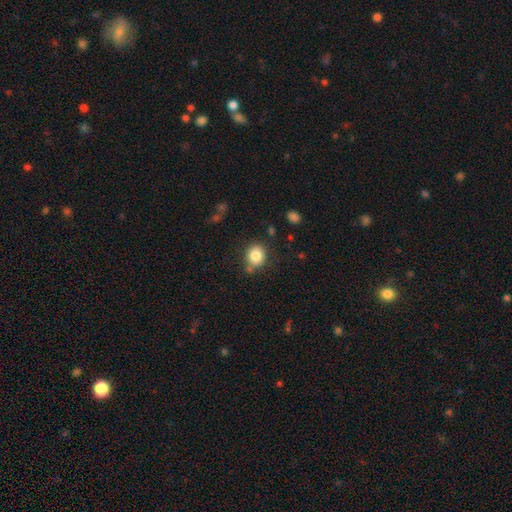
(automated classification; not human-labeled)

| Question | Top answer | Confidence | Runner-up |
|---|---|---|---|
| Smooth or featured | smooth | 83% | star or artifact (10%) |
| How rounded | round | 71% | in between (28%) |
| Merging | none | 77% | minor disturbance (13%) |